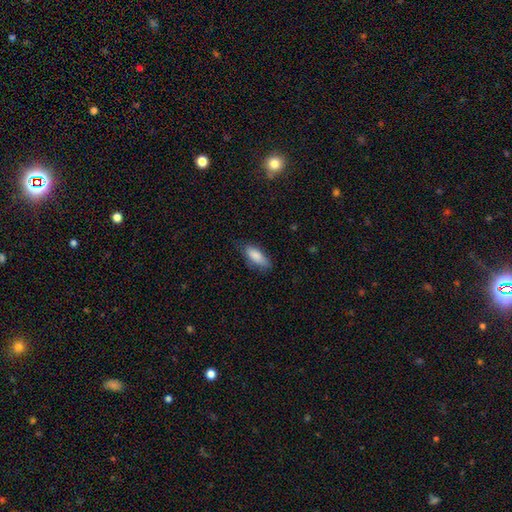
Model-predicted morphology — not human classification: Smooth or featured? smooth (86%)
How rounded? in between (74%)
Merging? none (71%)